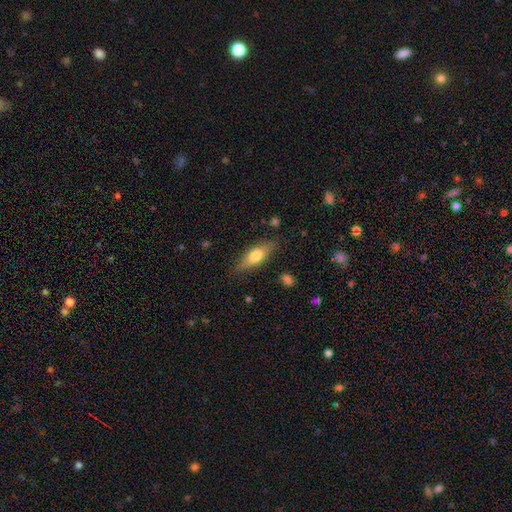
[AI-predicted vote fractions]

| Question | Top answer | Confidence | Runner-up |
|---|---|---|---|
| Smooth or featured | smooth | 65% | featured or disk (29%) |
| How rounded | in between | 59% | cigar-shaped (38%) |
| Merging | none | 84% | minor disturbance (12%) |